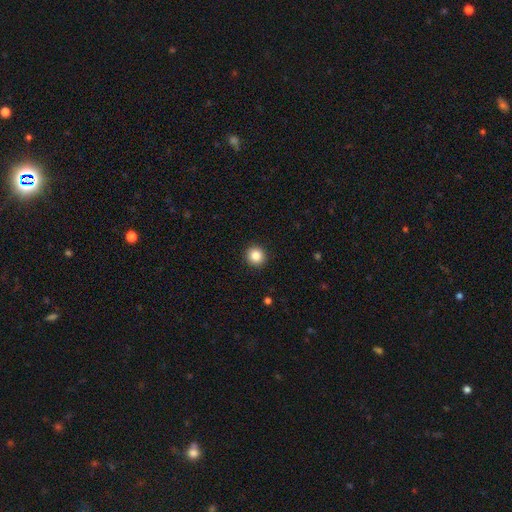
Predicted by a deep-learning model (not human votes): Q: Smooth or featured?
A: smooth (86%); runner-up: star or artifact (10%)
Q: How rounded?
A: round (93%); runner-up: in between (6%)
Q: Merging?
A: none (93%); runner-up: minor disturbance (5%)